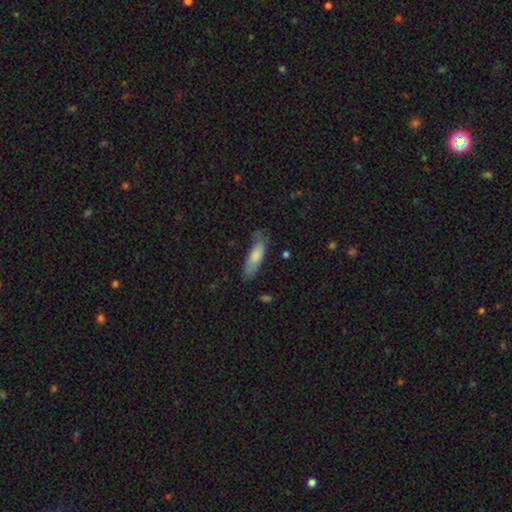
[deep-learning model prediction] Smooth or featured? smooth (76%)
How rounded? in between (51%)
Merging? none (64%)